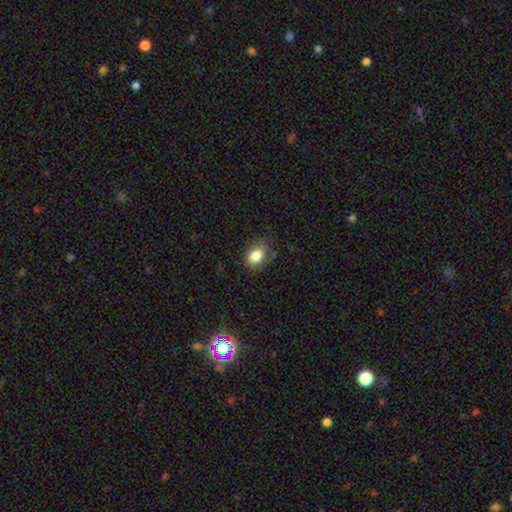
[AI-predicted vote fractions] Smooth or featured: smooth — 82% (star or artifact — 9%)
How rounded: in between — 67% (round — 32%)
Merging: none — 69% (minor disturbance — 23%)